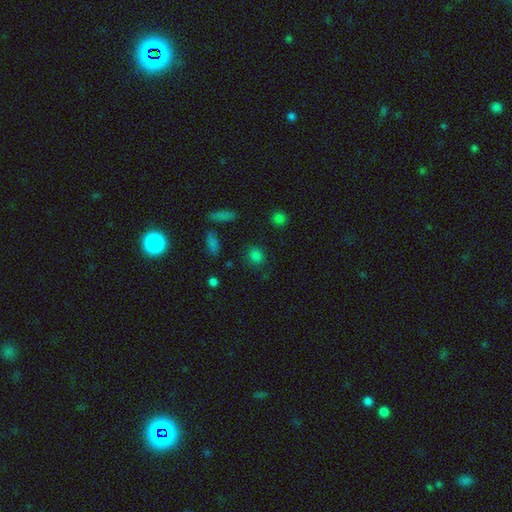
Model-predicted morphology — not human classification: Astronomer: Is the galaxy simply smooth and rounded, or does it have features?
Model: smooth — 79%.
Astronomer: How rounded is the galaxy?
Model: round — 72%.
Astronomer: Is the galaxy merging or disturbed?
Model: none — 81%.